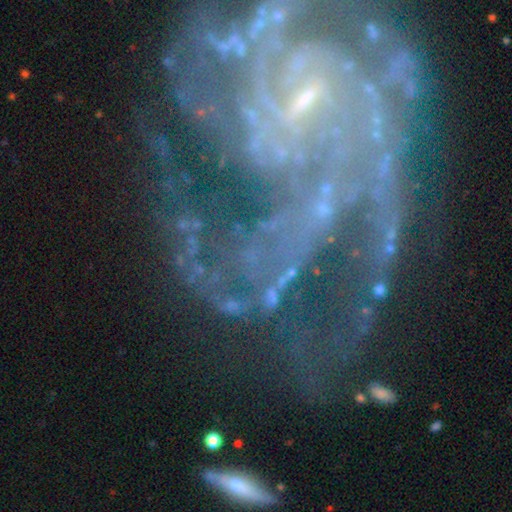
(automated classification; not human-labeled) Smooth or featured: featured or disk — 82% (star or artifact — 12%)
Edge-on disk: no — 97% (yes — 3%)
Bar: no — 39% (weak — 37%)
Spiral arms: yes — 93% (no — 7%)
Spiral winding: tight — 53% (medium — 35%)
Spiral arm count: can't tell — 26% (2 — 21%)
Bulge size: small — 75% (moderate — 13%)
Merging: none — 57% (major disturbance — 21%)